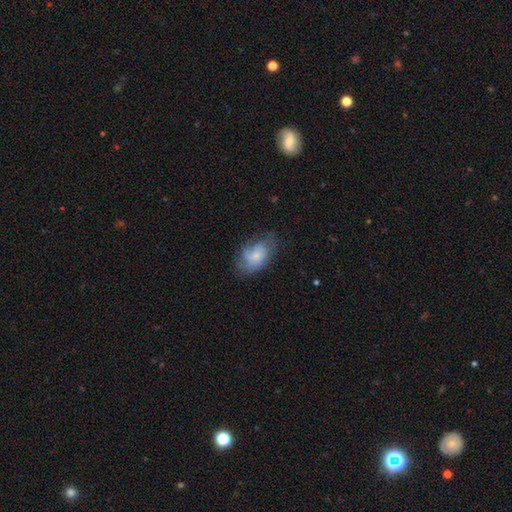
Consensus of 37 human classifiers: This appears to be a featured or disk galaxy (62%) with no bar (65%), medium (59%) spiral arms (85%) and a moderate central bulge (50%, tied with small). Merging: none (58%).